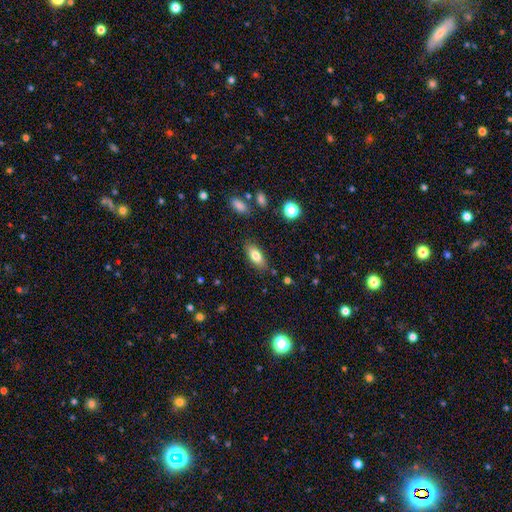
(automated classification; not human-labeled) Smooth or featured?
  - smooth: 80% *
  - featured or disk: 12%
  - star or artifact: 8%
How rounded?
  - in between: 84% *
  - cigar-shaped: 12%
  - round: 4%
Merging?
  - none: 83% *
  - minor disturbance: 12%
  - major disturbance: 3%
  - merger: 2%